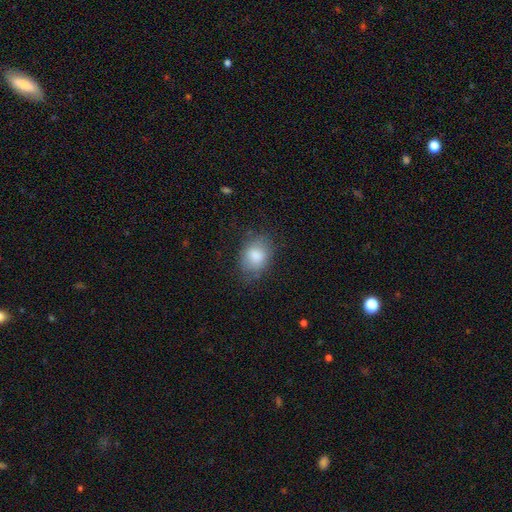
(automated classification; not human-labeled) A smooth galaxy with no disk features (83%) that is in between round and cigar-shaped (66%).

Vote fractions:
- Smooth or featured? smooth: 83% / featured or disk: 9% / star or artifact: 8%
- How rounded? in between: 66% / round: 33% / cigar-shaped: 1%
- Merging? none: 67% / minor disturbance: 23% / major disturbance: 8% / merger: 1%